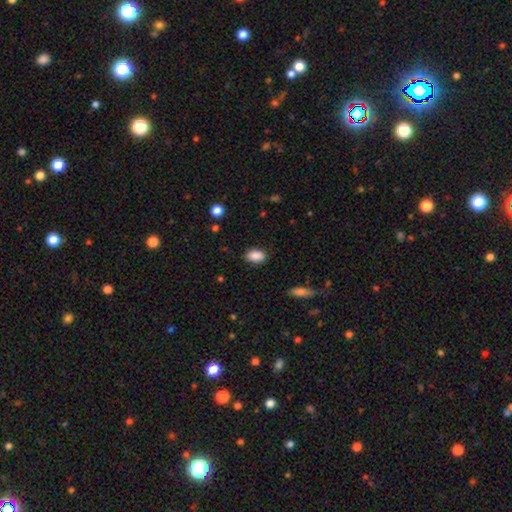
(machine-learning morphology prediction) A smooth galaxy with no disk features (89%) that is in between round and cigar-shaped (88%).

Vote fractions:
- Smooth or featured? smooth: 89% / star or artifact: 8% / featured or disk: 4%
- How rounded? in between: 88% / round: 10% / cigar-shaped: 2%
- Merging? none: 85% / minor disturbance: 11% / major disturbance: 2% / merger: 1%